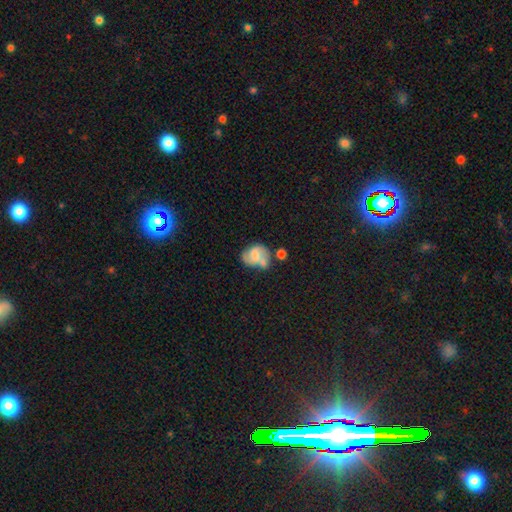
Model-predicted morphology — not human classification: Smooth or featured?
  - smooth: 46% *
  - featured or disk: 45%
  - star or artifact: 9%
Merging?
  - none: 37% *
  - merger: 27%
  - minor disturbance: 24%
  - major disturbance: 13%